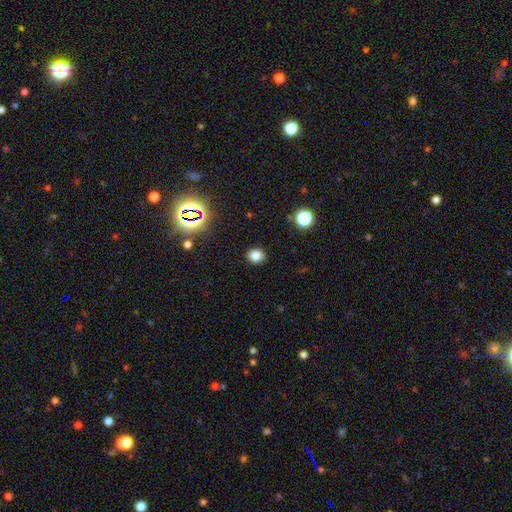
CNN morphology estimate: smooth_or_featured: smooth (p=0.79) [alt: star or artifact p=0.15]
how_rounded: round (p=0.70) [alt: in between p=0.29]
merging: none (p=0.90) [alt: minor disturbance p=0.06]